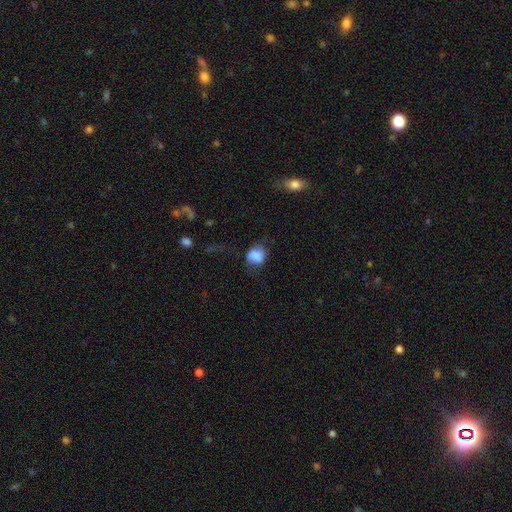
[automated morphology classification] This is likely a smooth galaxy (73%). How rounded: possibly round (56%). Merging: possibly none (50%).